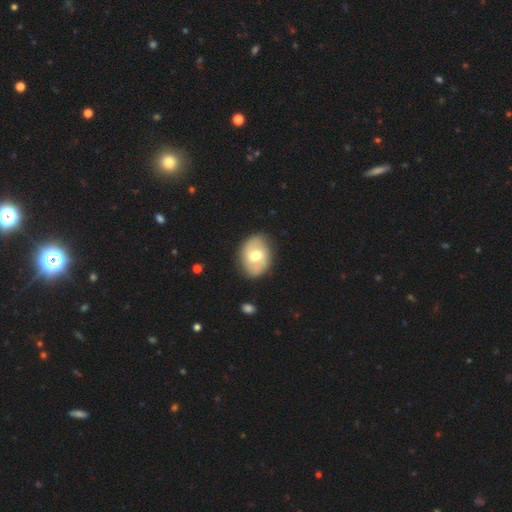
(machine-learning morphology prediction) A smooth galaxy with no disk features (52%) that is in between round and cigar-shaped (69%).

Vote fractions:
- Smooth or featured? smooth: 52% / featured or disk: 42% / star or artifact: 6%
- How rounded? in between: 69% / round: 30% / cigar-shaped: 1%
- Merging? none: 80% / minor disturbance: 14% / major disturbance: 4% / merger: 2%